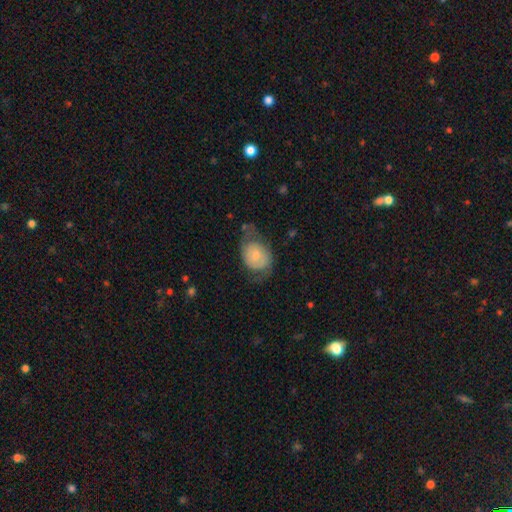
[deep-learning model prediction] This is possibly a smooth galaxy (49%). Merging: marginally none (39%).